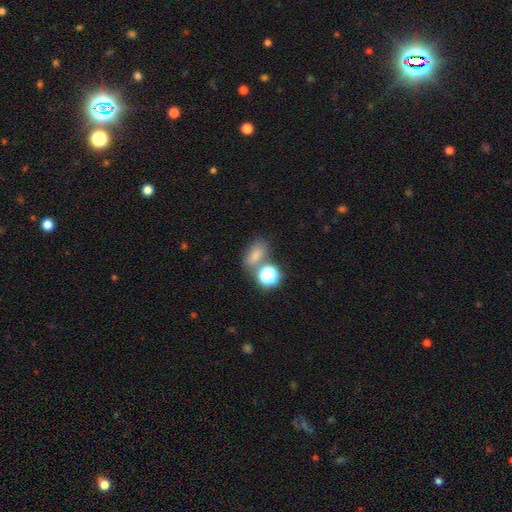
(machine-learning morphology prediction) Smooth or featured: smooth — 71% (star or artifact — 19%)
How rounded: in between — 73% (round — 25%)
Merging: none — 57% (merger — 22%)